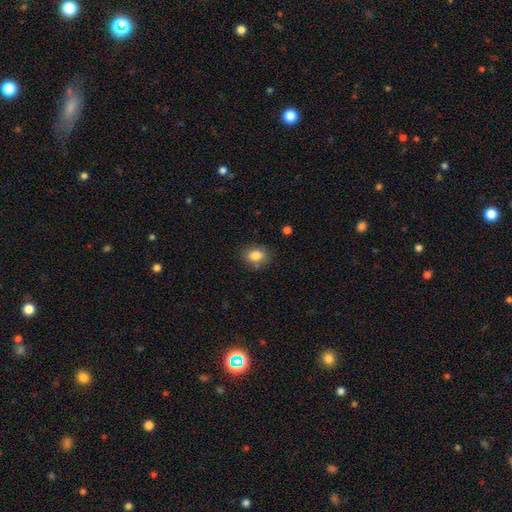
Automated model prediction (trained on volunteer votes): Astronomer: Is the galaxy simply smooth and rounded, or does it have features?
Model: smooth — 83%.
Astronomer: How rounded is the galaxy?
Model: in between — 69%.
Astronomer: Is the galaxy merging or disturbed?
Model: none — 78%.